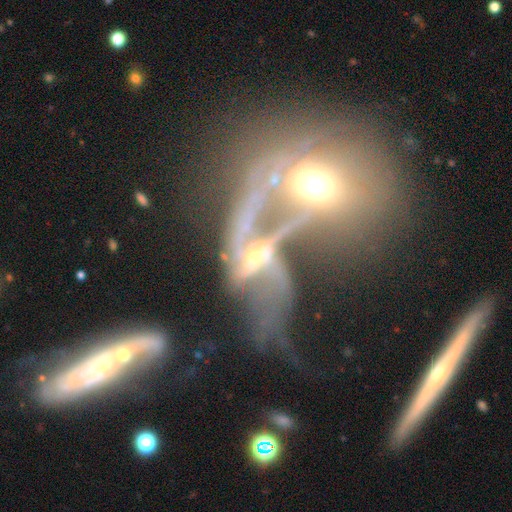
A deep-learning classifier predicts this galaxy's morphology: Q: Smooth or featured?
A: featured or disk (71%); runner-up: smooth (15%)
Q: Edge-on disk?
A: no (92%); runner-up: yes (8%)
Q: Bar?
A: no (55%); runner-up: weak (28%)
Q: Spiral arms?
A: yes (65%); runner-up: no (35%)
Q: Bulge size?
A: moderate (39%); tied with: small (39%)
Q: Merging?
A: merger (55%); runner-up: major disturbance (25%)